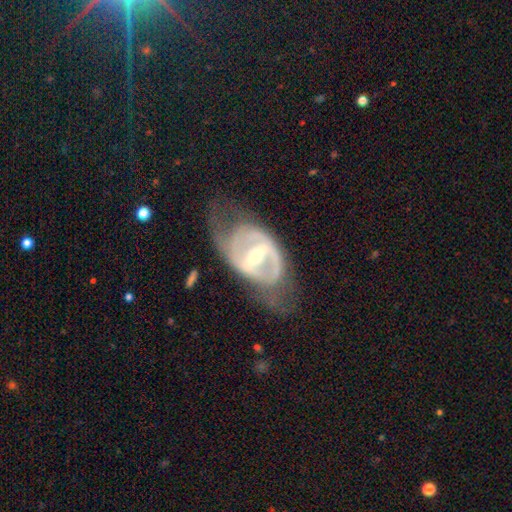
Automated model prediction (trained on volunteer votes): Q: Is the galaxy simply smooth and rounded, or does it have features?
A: featured or disk — 84%.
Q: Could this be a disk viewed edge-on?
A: no — 93%.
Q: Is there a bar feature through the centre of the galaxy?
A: strong — 67%.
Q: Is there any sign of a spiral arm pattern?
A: yes — 68%.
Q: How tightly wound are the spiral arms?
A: medium — 43%.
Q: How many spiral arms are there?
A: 2 — 74%.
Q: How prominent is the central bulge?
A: small — 48%.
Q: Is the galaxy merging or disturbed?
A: none — 50%.